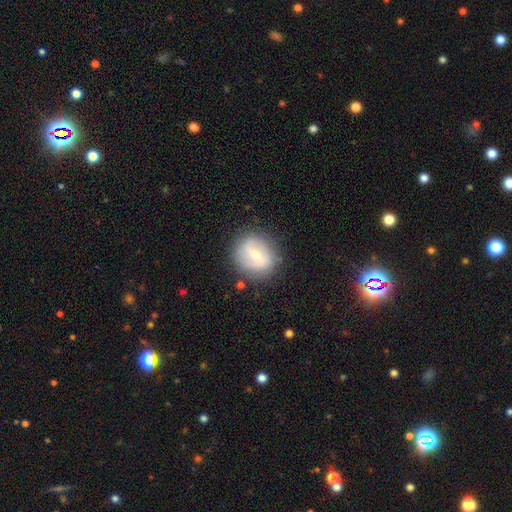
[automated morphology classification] A featured or disk galaxy (51%).

Vote fractions:
- Smooth or featured? featured or disk: 51% / smooth: 41% / star or artifact: 8%
- Edge-on disk? no: 94% / yes: 6%
- Merging? none: 76% / minor disturbance: 16% / major disturbance: 6% / merger: 3%